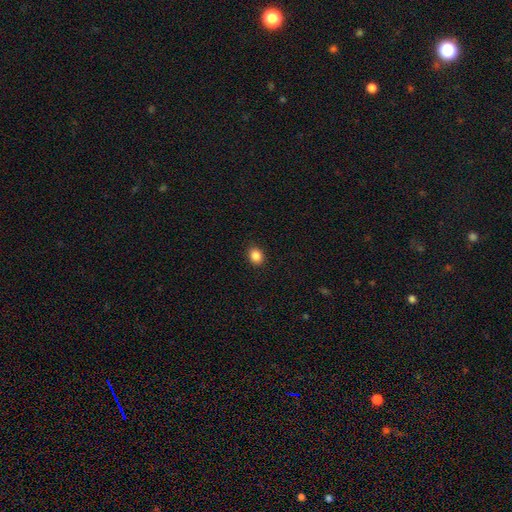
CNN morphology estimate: smooth 87%, star or artifact 10%, featured or disk 4%. Down the decision tree: how rounded — round (52%); merging — none (91%).